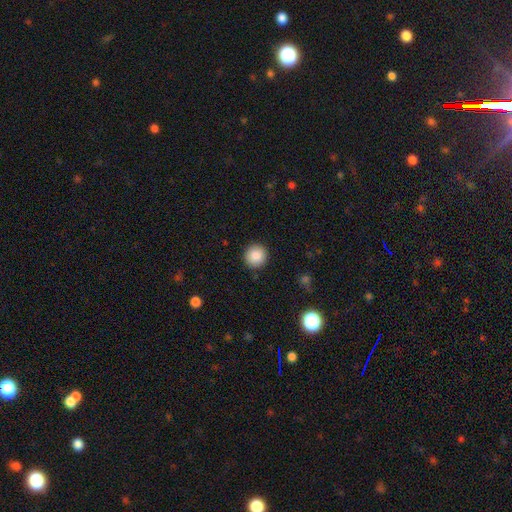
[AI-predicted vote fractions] smooth 87%, star or artifact 9%, featured or disk 4%. Down the decision tree: how rounded — round (94%); merging — none (91%).